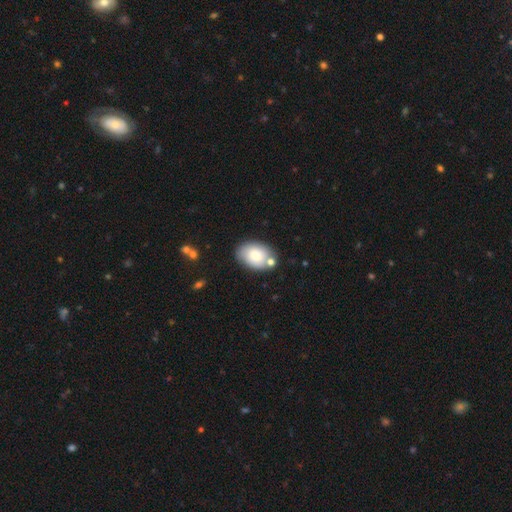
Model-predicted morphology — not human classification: This is likely a smooth galaxy (79%). How rounded: clearly in between (82%). Merging: likely none (67%).